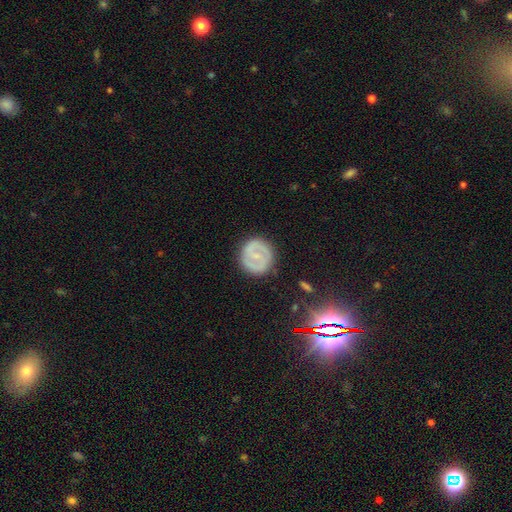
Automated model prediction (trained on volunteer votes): Q: Smooth or featured?
A: featured or disk (57%); runner-up: smooth (35%)
Q: Edge-on disk?
A: no (96%); runner-up: yes (4%)
Q: Bar?
A: no (41%); runner-up: weak (40%)
Q: Spiral arms?
A: yes (62%); runner-up: no (38%)
Q: Bulge size?
A: small (61%); runner-up: moderate (18%)
Q: Merging?
A: none (84%); runner-up: minor disturbance (11%)